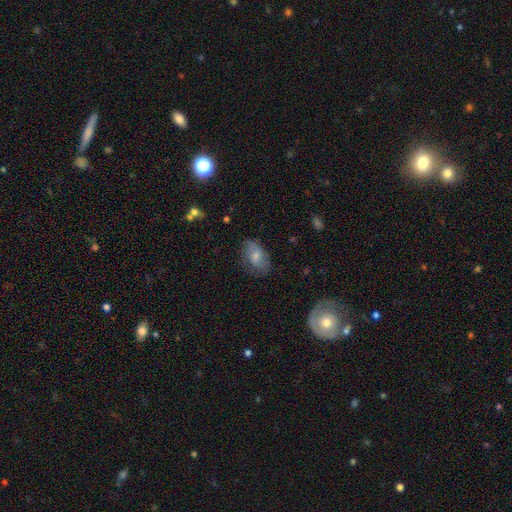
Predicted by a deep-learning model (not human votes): smooth_or_featured: smooth (p=0.67) [alt: featured or disk p=0.26]
how_rounded: in between (p=0.89) [alt: round p=0.09]
merging: none (p=0.62) [alt: minor disturbance p=0.26]